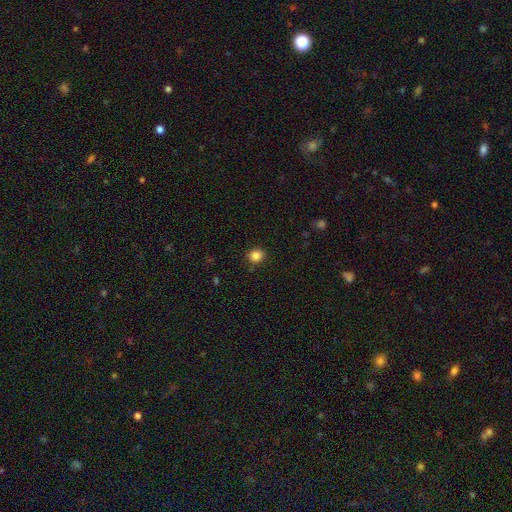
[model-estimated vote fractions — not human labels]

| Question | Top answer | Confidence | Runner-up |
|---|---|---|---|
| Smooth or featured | smooth | 85% | star or artifact (11%) |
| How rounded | round | 82% | in between (17%) |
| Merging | none | 90% | minor disturbance (7%) |